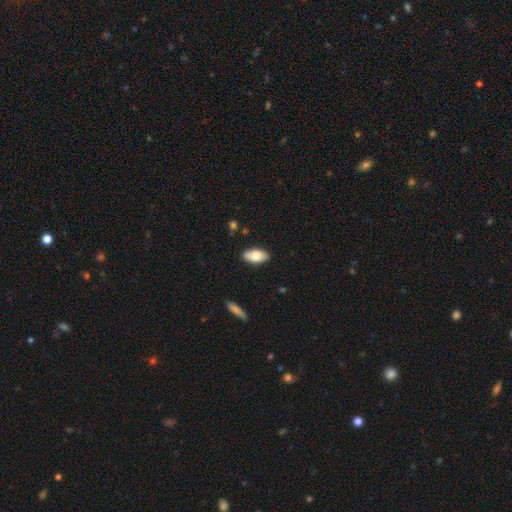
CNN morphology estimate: type=smooth (73%); roundness=in between (93%); merging=none (87%).